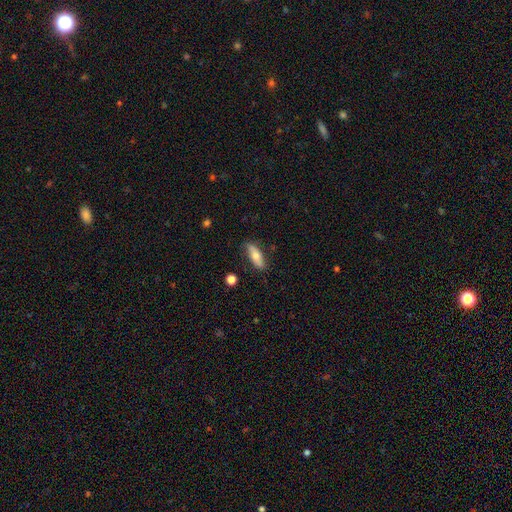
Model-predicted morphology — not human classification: Overall: smooth (66%; featured or disk 28%). How rounded: in between (57%; cigar-shaped 40%). Merging: none (79%).